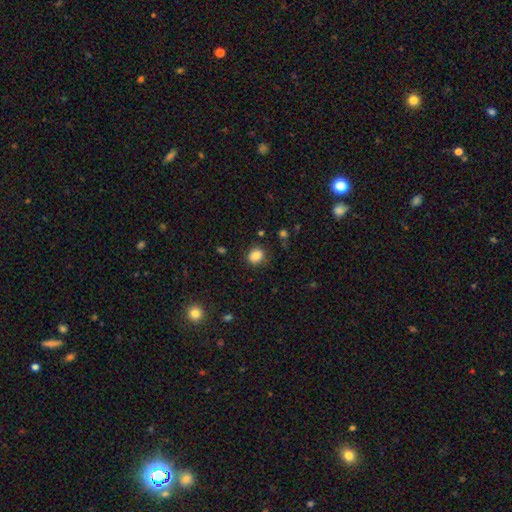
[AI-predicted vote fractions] Smooth or featured: smooth — 85% (star or artifact — 11%)
How rounded: round — 62% (in between — 37%)
Merging: none — 83% (minor disturbance — 12%)